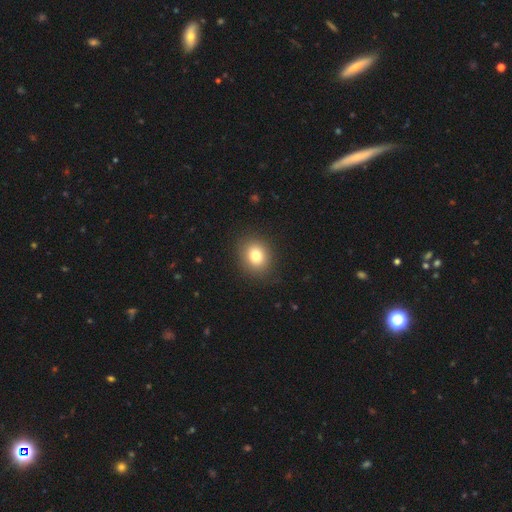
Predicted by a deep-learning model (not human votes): Smooth or featured?
  - smooth: 79% *
  - star or artifact: 11%
  - featured or disk: 9%
How rounded?
  - round: 68% *
  - in between: 31%
  - cigar-shaped: 1%
Merging?
  - none: 88% *
  - minor disturbance: 8%
  - major disturbance: 3%
  - merger: 1%